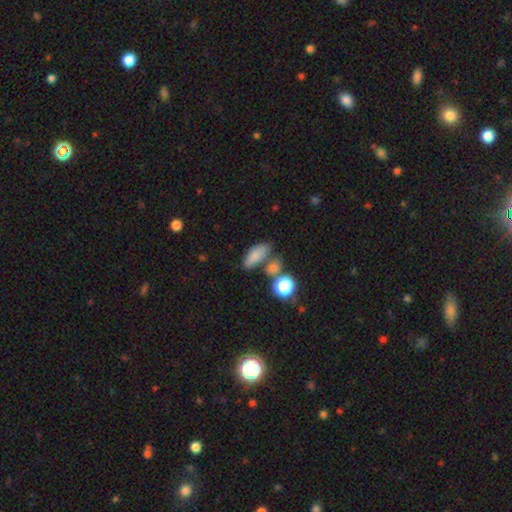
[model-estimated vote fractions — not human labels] Q: Smooth or featured?
A: smooth (78%); runner-up: star or artifact (12%)
Q: How rounded?
A: in between (77%); runner-up: cigar-shaped (13%)
Q: Merging?
A: none (59%); runner-up: merger (19%)